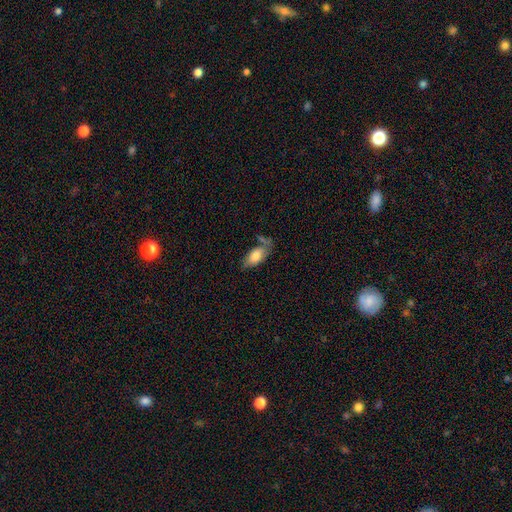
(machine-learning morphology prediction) Smooth or featured?
  - smooth: 76% *
  - featured or disk: 17%
  - star or artifact: 7%
How rounded?
  - in between: 89% *
  - cigar-shaped: 8%
  - round: 3%
Merging?
  - none: 50% *
  - minor disturbance: 26%
  - merger: 14%
  - major disturbance: 11%